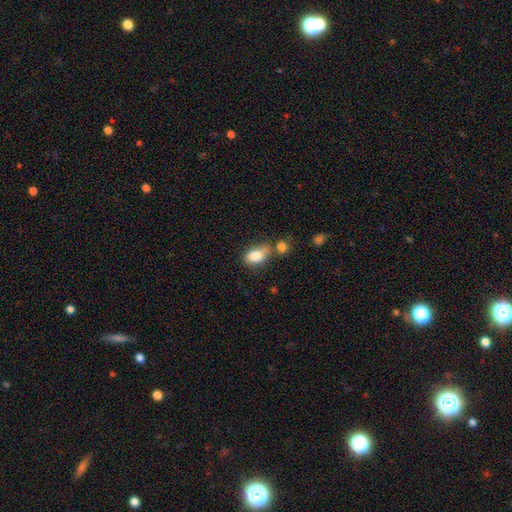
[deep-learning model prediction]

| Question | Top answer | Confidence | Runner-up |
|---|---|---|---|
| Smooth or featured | smooth | 84% | featured or disk (8%) |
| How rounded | in between | 88% | round (10%) |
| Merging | none | 48% | merger (27%) |